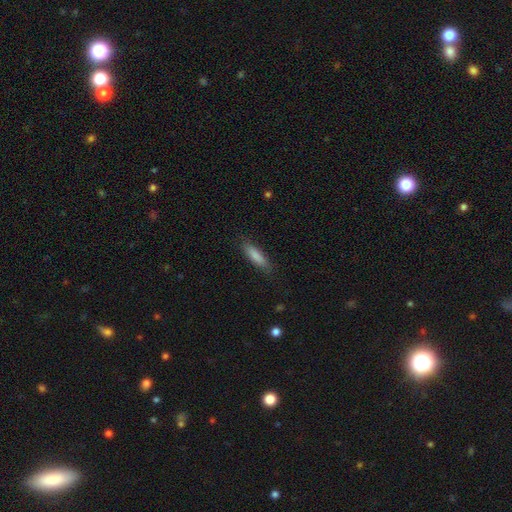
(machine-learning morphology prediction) This appears to be a smooth galaxy with no disk features (84%) that is cigar-shaped (67%). Merging: none (84%).